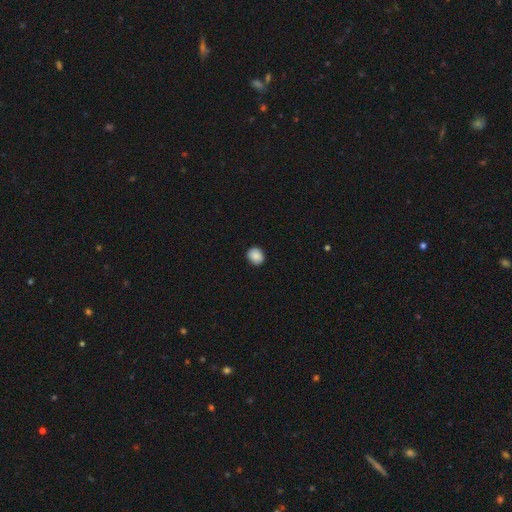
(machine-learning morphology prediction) The model was most divided on "how rounded": round: 69%, in between: 30%, cigar-shaped: 1%. More confident: smooth or featured — smooth (87%); merging — none (86%).